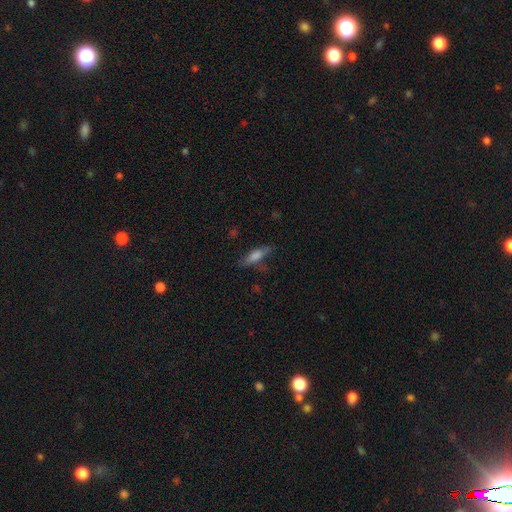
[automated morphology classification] smooth 67%, featured or disk 22%, star or artifact 10%. Down the decision tree: how rounded — cigar-shaped (50%); merging — none (62%).